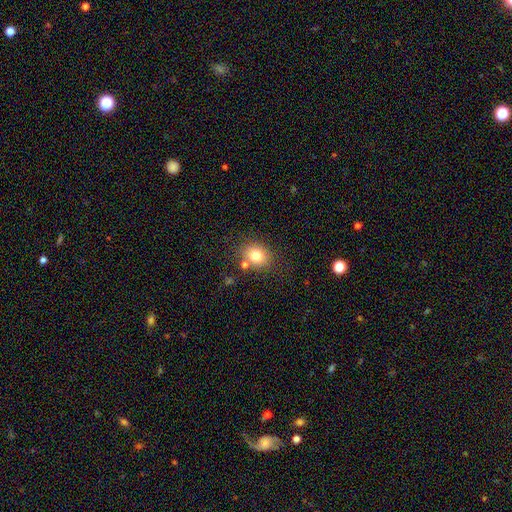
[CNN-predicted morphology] Q: Smooth or featured?
A: smooth (79%); runner-up: star or artifact (11%)
Q: How rounded?
A: round (54%); runner-up: in between (45%)
Q: Merging?
A: none (73%); runner-up: minor disturbance (12%)